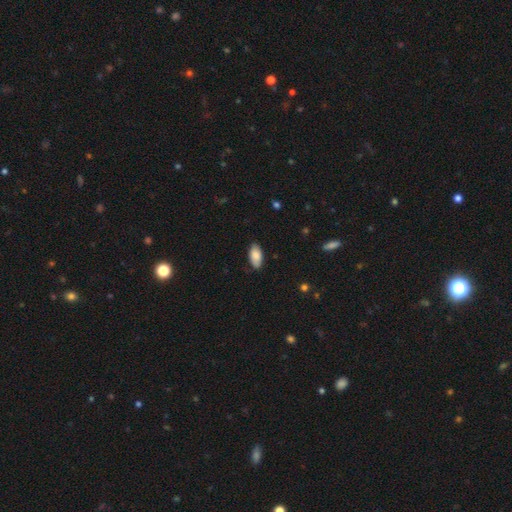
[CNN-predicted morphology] A smooth galaxy with no disk features (84%) that is in between round and cigar-shaped (93%). Merging: none (83%).